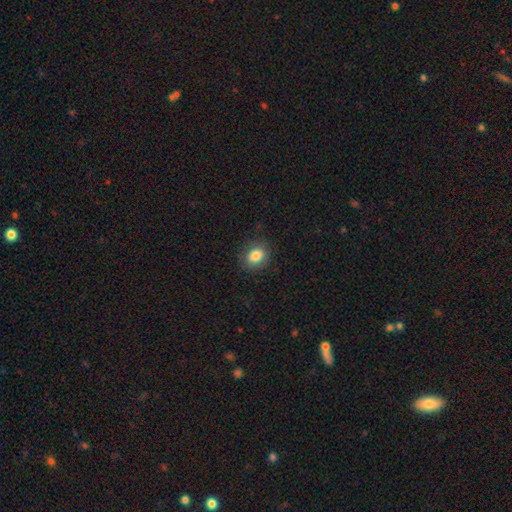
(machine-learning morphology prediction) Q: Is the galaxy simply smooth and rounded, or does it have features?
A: smooth — 85%.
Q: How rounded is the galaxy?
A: round — 54%.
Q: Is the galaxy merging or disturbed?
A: none — 86%.